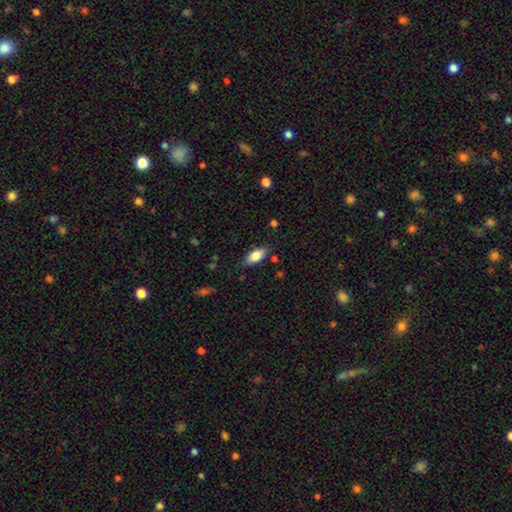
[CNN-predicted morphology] Smooth or featured?
  - smooth: 82% *
  - featured or disk: 11%
  - star or artifact: 7%
How rounded?
  - in between: 88% *
  - cigar-shaped: 9%
  - round: 3%
Merging?
  - none: 80% *
  - minor disturbance: 15%
  - major disturbance: 3%
  - merger: 2%